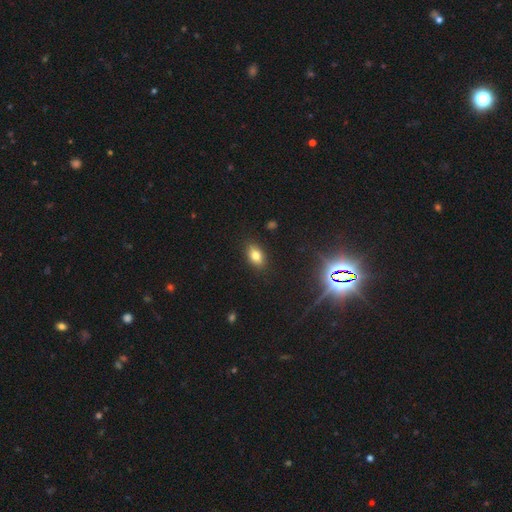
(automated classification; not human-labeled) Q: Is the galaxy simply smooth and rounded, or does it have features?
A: smooth — 79%.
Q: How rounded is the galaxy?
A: in between — 86%.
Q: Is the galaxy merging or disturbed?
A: none — 87%.